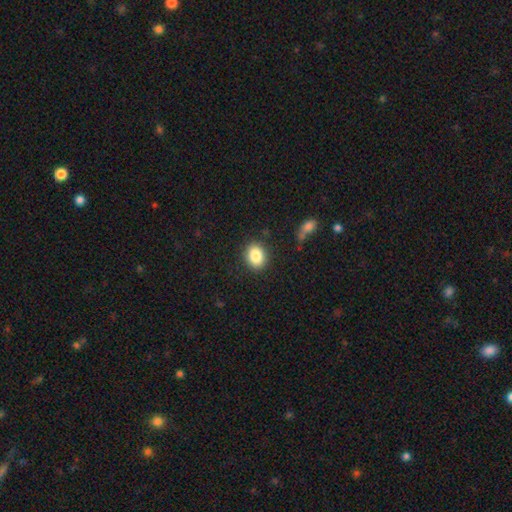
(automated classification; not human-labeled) Smooth or featured? Predicted: smooth (p=0.85). How rounded? Predicted: in between (p=0.54). Merging? Predicted: none (p=0.86).